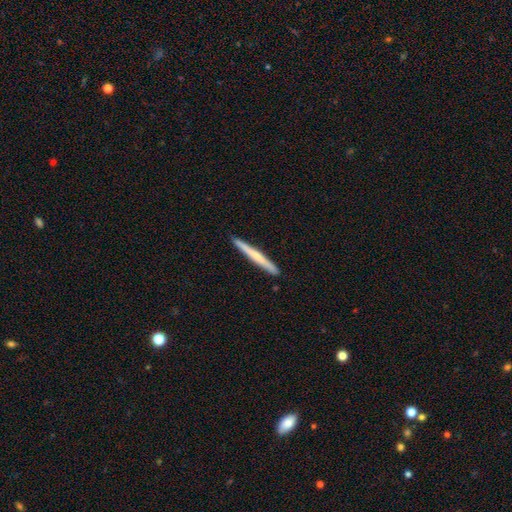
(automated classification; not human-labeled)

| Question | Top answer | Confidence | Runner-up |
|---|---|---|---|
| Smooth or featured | smooth | 51% | featured or disk (44%) |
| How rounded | cigar-shaped | 97% | in between (2%) |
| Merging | none | 92% | minor disturbance (6%) |